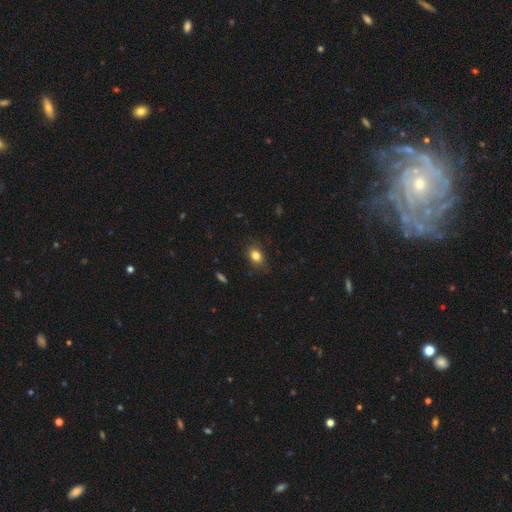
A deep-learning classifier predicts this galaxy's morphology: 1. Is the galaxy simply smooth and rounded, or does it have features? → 82% smooth, 10% star or artifact, 8% featured or disk.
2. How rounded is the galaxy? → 66% in between, 33% round, 2% cigar-shaped.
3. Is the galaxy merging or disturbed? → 78% none, 17% minor disturbance, 4% major disturbance, 1% merger.